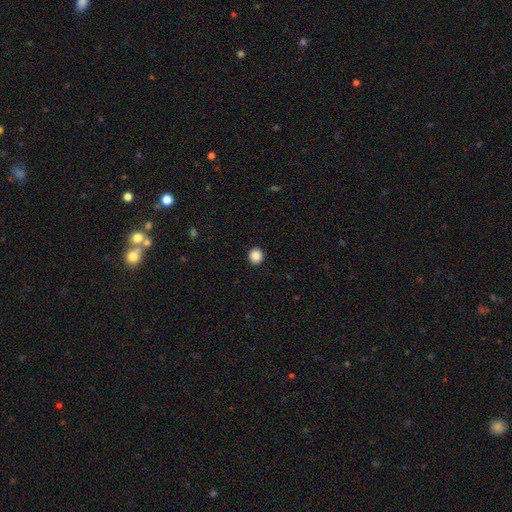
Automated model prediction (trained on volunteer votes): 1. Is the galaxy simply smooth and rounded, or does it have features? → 88% smooth, 9% star or artifact, 2% featured or disk.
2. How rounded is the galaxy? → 90% round, 9% in between, 1% cigar-shaped.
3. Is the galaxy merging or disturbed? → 93% none, 5% minor disturbance, 2% major disturbance, 1% merger.